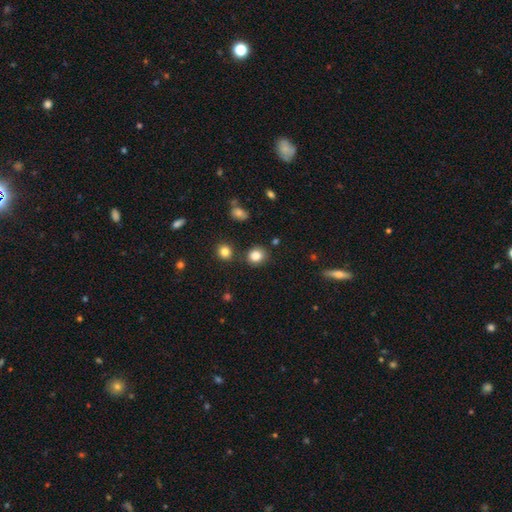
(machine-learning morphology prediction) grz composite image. It shows a smooth galaxy with no disk features (84%) that is round (77%). Merging: none (80%).